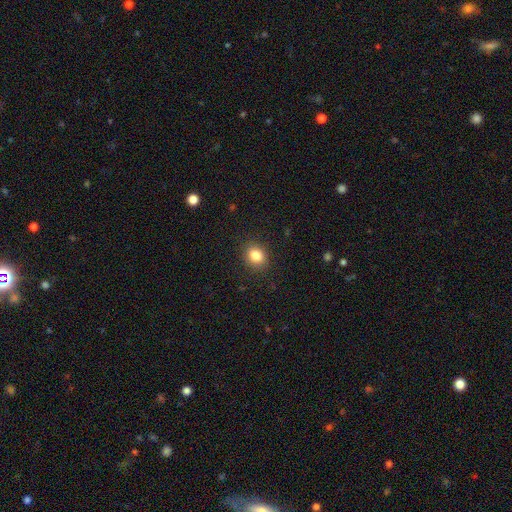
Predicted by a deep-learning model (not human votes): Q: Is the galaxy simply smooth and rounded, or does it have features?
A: smooth — 83%.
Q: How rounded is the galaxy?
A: round — 59%.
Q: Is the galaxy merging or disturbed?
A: none — 89%.